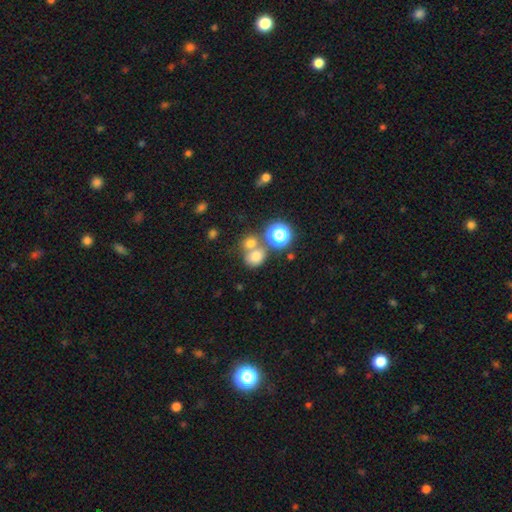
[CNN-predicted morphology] This appears to be a smooth galaxy with no disk features (70%) that is round (67%). Merging: none (45%).